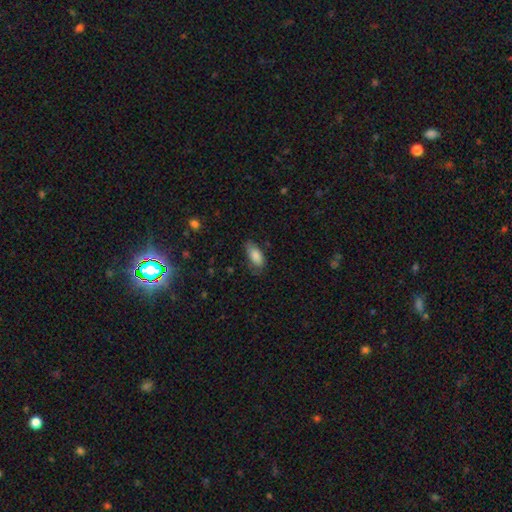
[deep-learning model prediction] Smooth or featured?
  - smooth: 85% *
  - featured or disk: 9%
  - star or artifact: 7%
How rounded?
  - in between: 87% *
  - cigar-shaped: 10%
  - round: 2%
Merging?
  - none: 68% *
  - minor disturbance: 24%
  - major disturbance: 6%
  - merger: 1%